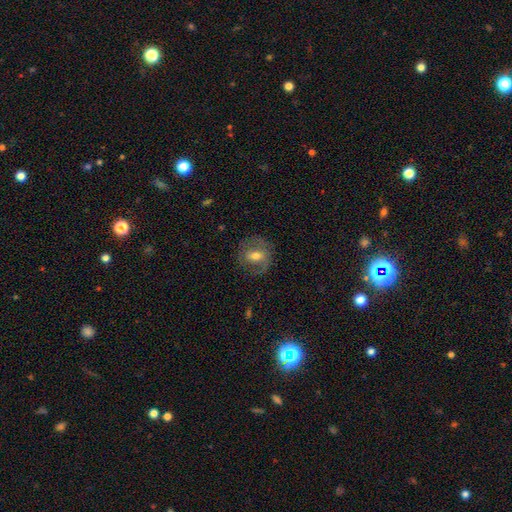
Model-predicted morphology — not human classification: Smooth or featured? featured or disk (52%)
Edge-on disk? no (94%)
Merging? none (73%)